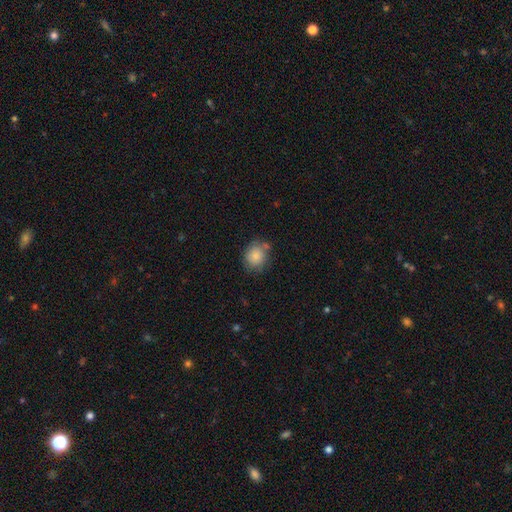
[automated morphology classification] Smooth or featured? Predicted: smooth (p=0.83). How rounded? Predicted: round (p=0.72). Merging? Predicted: none (p=0.68).